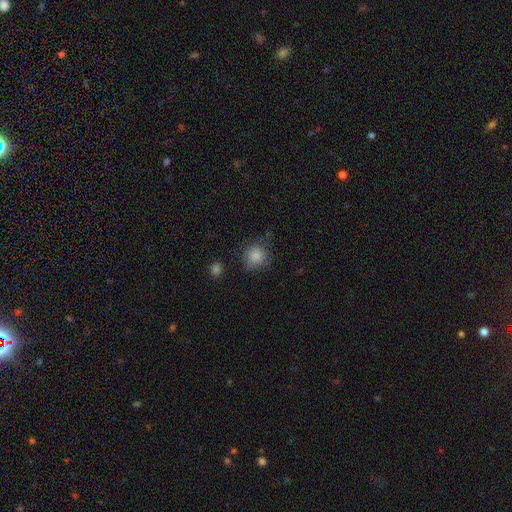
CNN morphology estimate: The model was most divided on "merging": none: 72%, minor disturbance: 19%, major disturbance: 6%, merger: 3%. More confident: how rounded — round (90%); smooth or featured — smooth (85%).